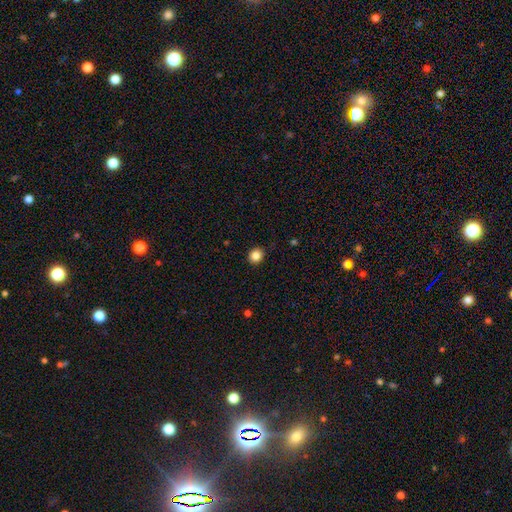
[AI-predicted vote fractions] Smooth or featured? Predicted: smooth (p=0.85). How rounded? Predicted: round (p=0.81). Merging? Predicted: none (p=0.91).